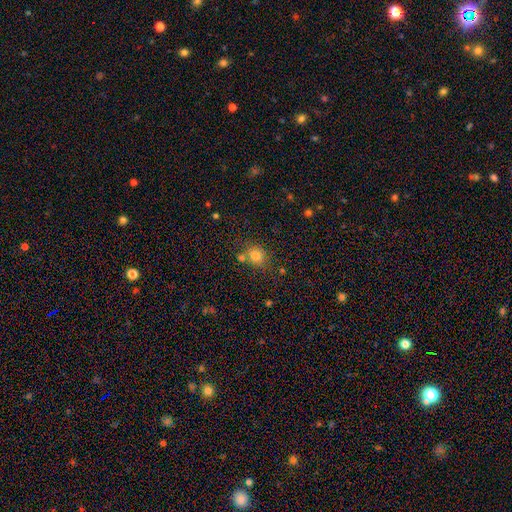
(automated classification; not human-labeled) smooth_or_featured: smooth (p=0.79) [alt: star or artifact p=0.13]
how_rounded: round (p=0.74) [alt: in between p=0.25]
merging: none (p=0.65) [alt: merger p=0.17]